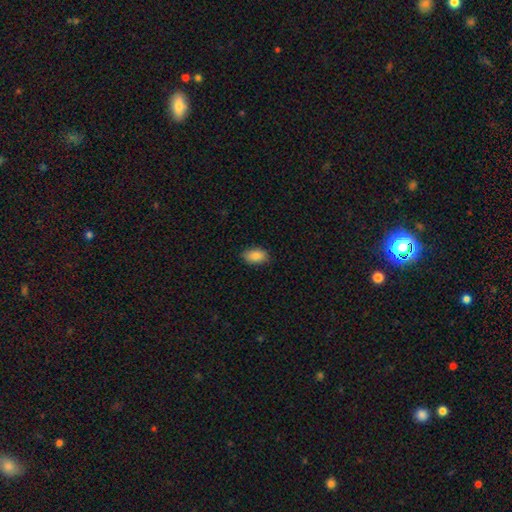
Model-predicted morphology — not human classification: Smooth or featured? smooth (85%)
How rounded? in between (91%)
Merging? none (86%)